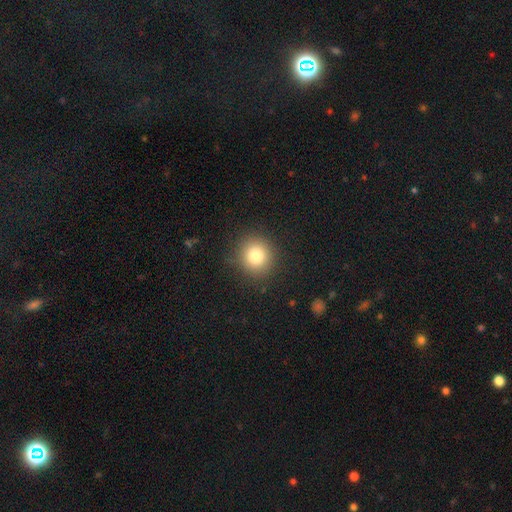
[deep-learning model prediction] Morphology: type=smooth (81%); roundness=round (91%); merging=none (88%).